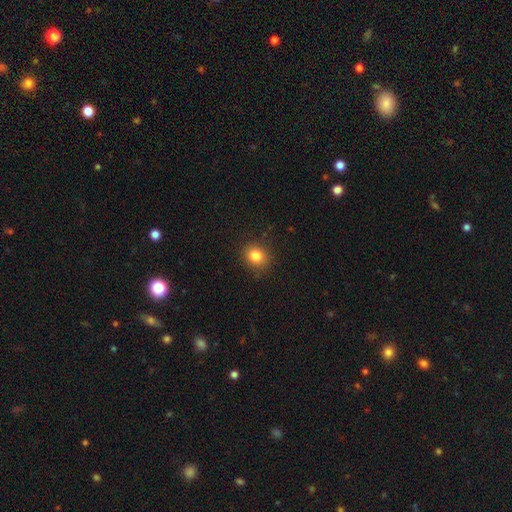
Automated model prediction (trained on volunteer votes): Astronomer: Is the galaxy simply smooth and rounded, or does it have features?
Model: smooth — 83%.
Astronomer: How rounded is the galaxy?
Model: round — 74%.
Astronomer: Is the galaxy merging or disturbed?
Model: none — 88%.